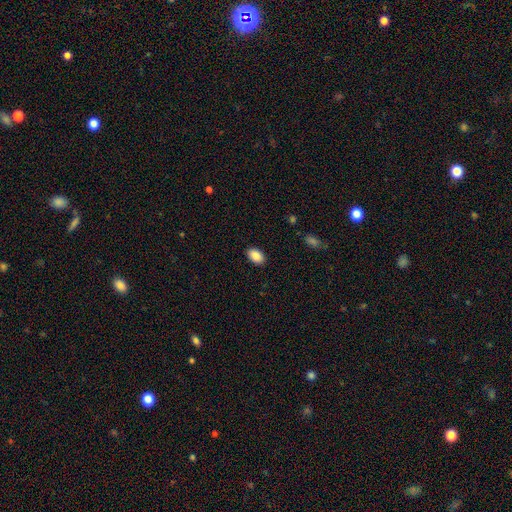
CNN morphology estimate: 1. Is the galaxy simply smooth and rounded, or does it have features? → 89% smooth, 7% star or artifact, 3% featured or disk.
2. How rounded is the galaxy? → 89% in between, 10% round, 1% cigar-shaped.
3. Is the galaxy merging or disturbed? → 88% none, 8% minor disturbance, 2% major disturbance, 1% merger.